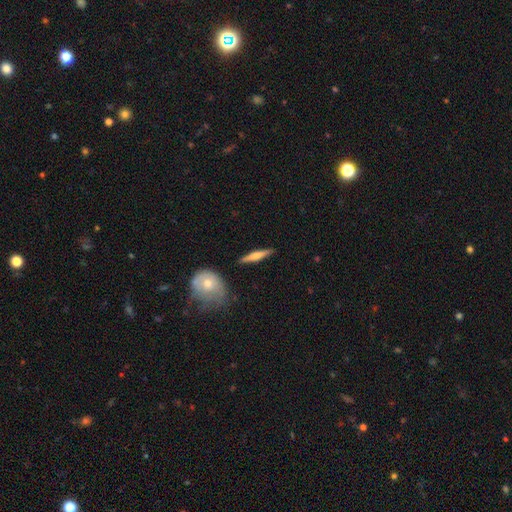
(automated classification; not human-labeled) smooth-or-featured: featured or disk: 48% | smooth: 46% | star or artifact: 5%
  merging: none: 87% | minor disturbance: 8% | merger: 3% | major disturbance: 2%